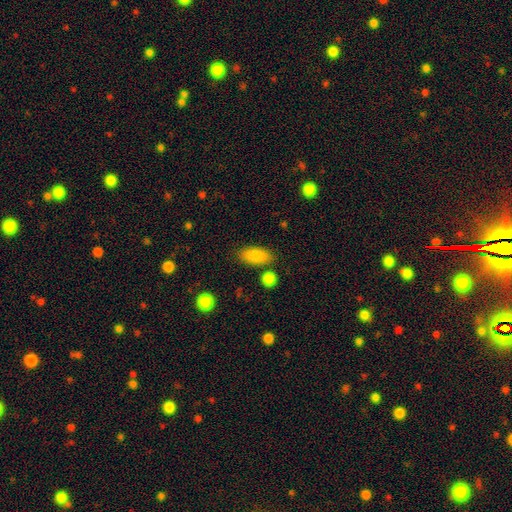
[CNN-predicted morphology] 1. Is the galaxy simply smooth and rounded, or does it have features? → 87% smooth, 7% star or artifact, 5% featured or disk.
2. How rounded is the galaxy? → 89% in between, 8% cigar-shaped, 4% round.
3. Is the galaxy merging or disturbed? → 80% none, 11% minor disturbance, 5% merger, 3% major disturbance.